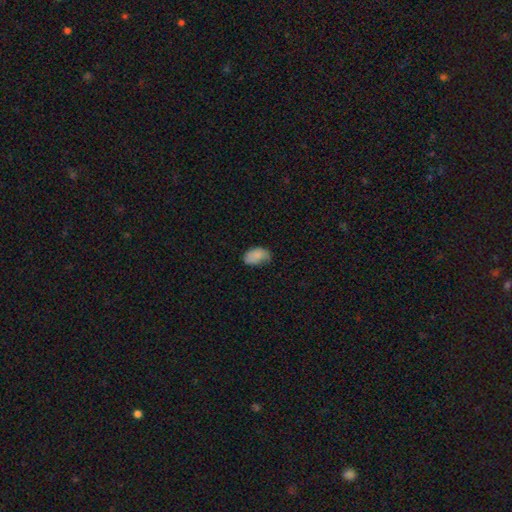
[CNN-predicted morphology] type=smooth (82%); roundness=in between (90%); merging=none (49%).